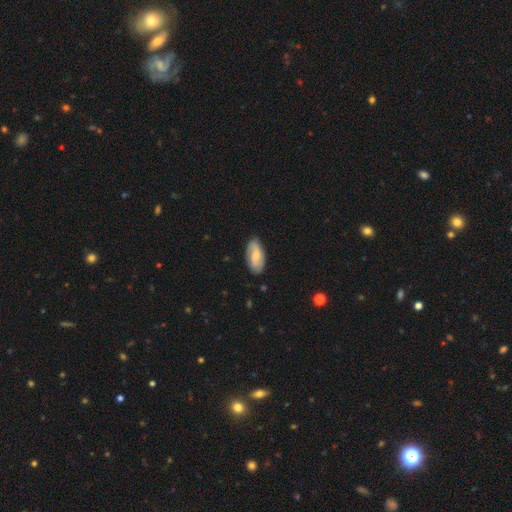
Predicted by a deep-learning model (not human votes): Smooth or featured? Predicted: smooth (p=0.51). How rounded? Predicted: in between (p=0.91). Merging? Predicted: none (p=0.81).